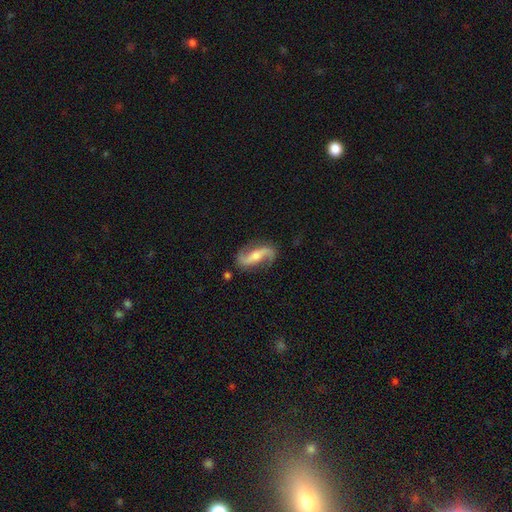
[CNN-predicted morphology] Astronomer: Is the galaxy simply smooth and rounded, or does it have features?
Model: featured or disk — 86%.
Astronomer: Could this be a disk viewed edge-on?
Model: no — 94%.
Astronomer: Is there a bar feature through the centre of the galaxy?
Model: strong — 35%, tied with no at 35%.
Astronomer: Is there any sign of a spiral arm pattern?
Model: yes — 96%.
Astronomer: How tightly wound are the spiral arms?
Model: loose — 58%.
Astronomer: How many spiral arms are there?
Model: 2 — 93%.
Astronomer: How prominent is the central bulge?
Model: moderate — 51% (runner-up: small, 39%).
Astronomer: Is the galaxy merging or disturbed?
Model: none — 80%.